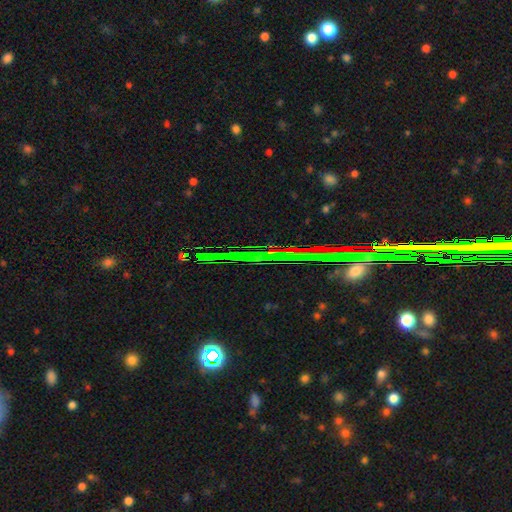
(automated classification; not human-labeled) This appears to be a star or artifact, not a galaxy (79%).